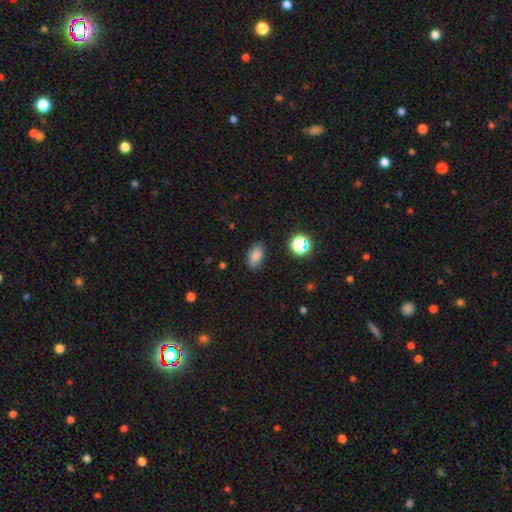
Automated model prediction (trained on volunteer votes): Smooth or featured? smooth (81%)
How rounded? in between (88%)
Merging? none (79%)